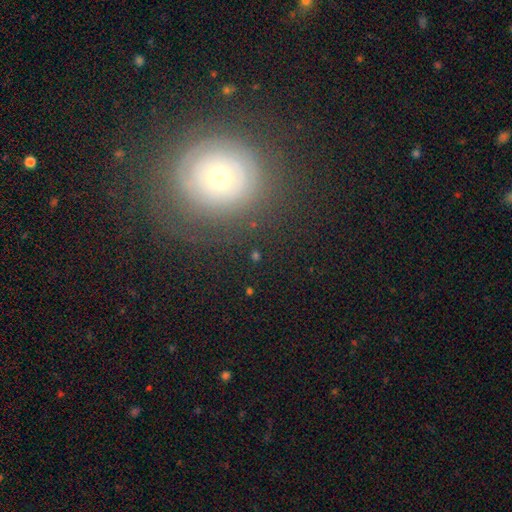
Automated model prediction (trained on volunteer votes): Smooth or featured? smooth (41%)
Merging? none (79%)